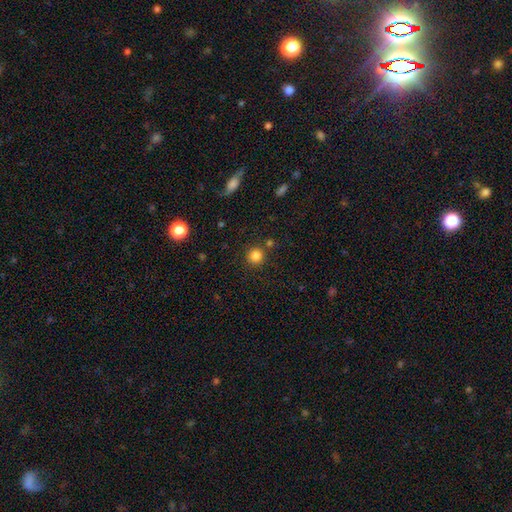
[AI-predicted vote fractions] Smooth or featured: smooth — 83% (star or artifact — 12%)
How rounded: round — 94% (in between — 5%)
Merging: none — 84% (minor disturbance — 7%)